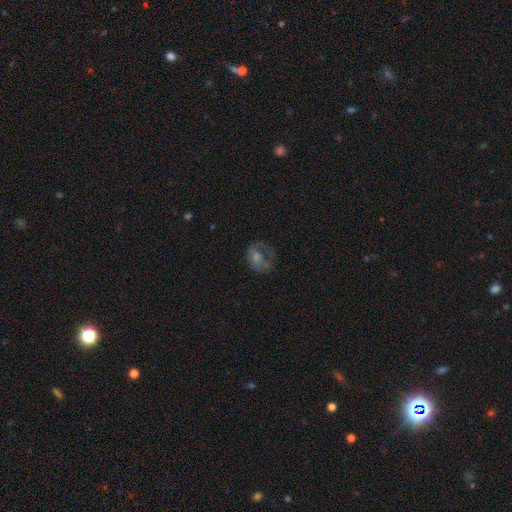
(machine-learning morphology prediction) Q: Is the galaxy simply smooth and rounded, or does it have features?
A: featured or disk — 45%.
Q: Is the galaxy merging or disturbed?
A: none — 51%.